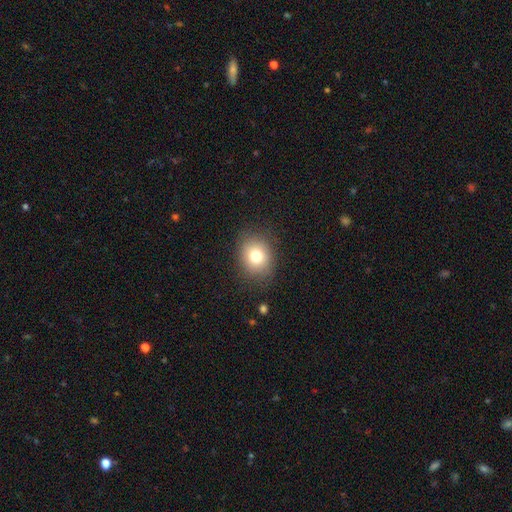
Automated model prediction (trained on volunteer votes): smooth_or_featured: smooth (p=0.76) [alt: star or artifact p=0.12]
how_rounded: round (p=0.66) [alt: in between p=0.34]
merging: none (p=0.85) [alt: minor disturbance p=0.10]